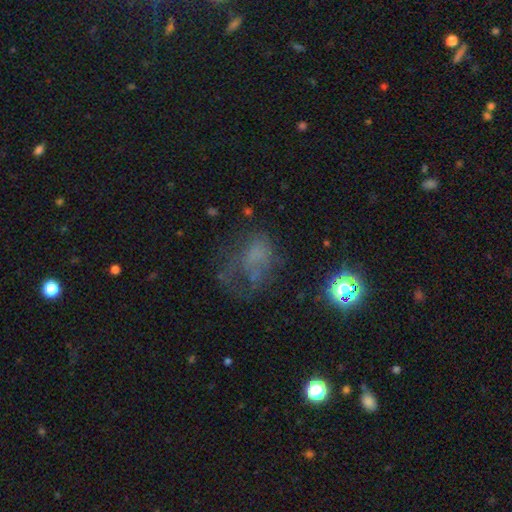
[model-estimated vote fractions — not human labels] smooth_or_featured: smooth (p=0.40) [alt: featured or disk p=0.33]
merging: major disturbance (p=0.40) [alt: none p=0.35]